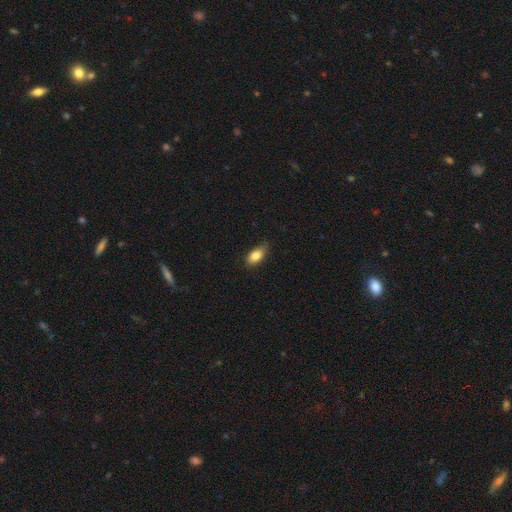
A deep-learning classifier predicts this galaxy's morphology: The model was most divided on "merging": none: 78%, minor disturbance: 18%, major disturbance: 3%, merger: 1%. More confident: how rounded — in between (88%); smooth or featured — smooth (84%).